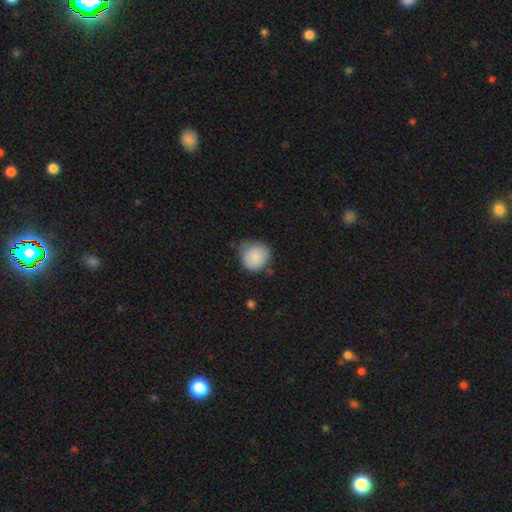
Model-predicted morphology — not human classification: type=smooth (85%); roundness=round (85%); merging=none (60%).